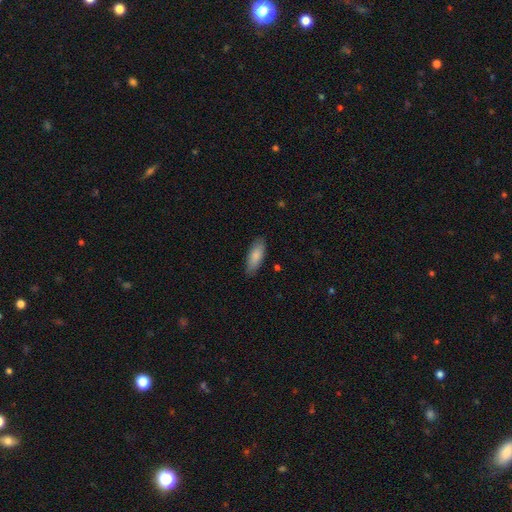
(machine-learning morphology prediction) smooth 85%, featured or disk 10%, star or artifact 5%. Down the decision tree: how rounded — in between (69%); merging — none (85%).